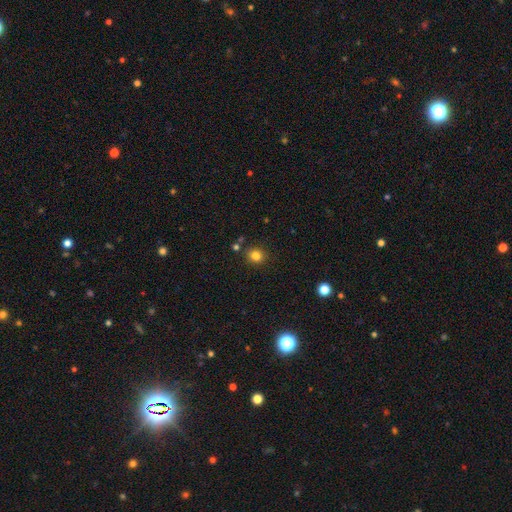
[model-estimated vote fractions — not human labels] A smooth galaxy with no disk features (82%) that is round (79%). Merging: none (84%).